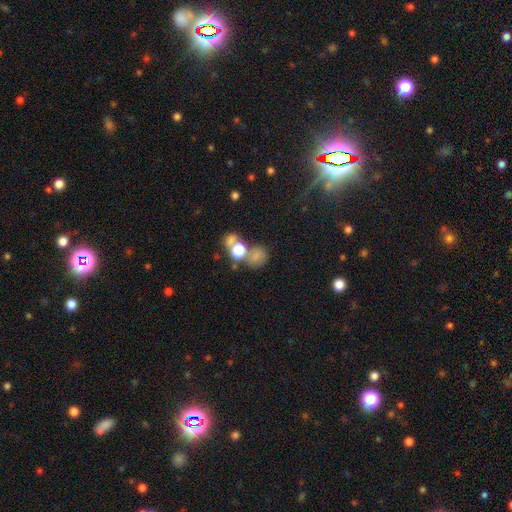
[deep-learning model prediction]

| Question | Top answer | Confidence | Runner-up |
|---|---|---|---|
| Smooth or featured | smooth | 69% | star or artifact (21%) |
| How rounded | round | 69% | in between (30%) |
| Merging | none | 44% | merger (34%) |